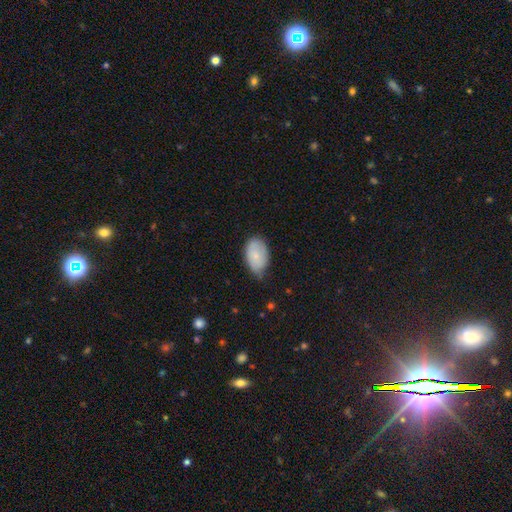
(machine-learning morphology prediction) smooth 78%, featured or disk 16%, star or artifact 7%. Down the decision tree: how rounded — in between (90%); merging — none (46%).